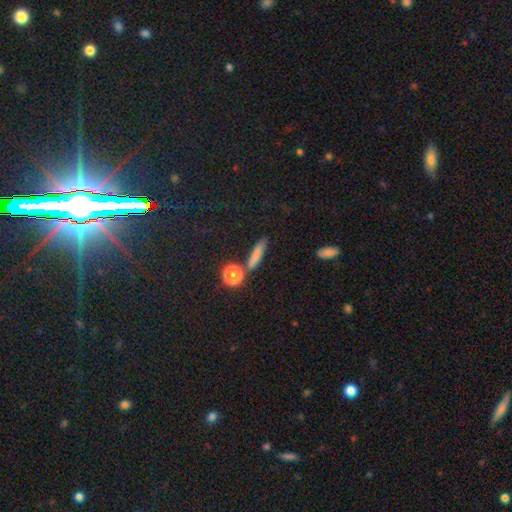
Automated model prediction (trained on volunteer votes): Overall: smooth (75%). How rounded: cigar-shaped (75%). Merging: none (76%).